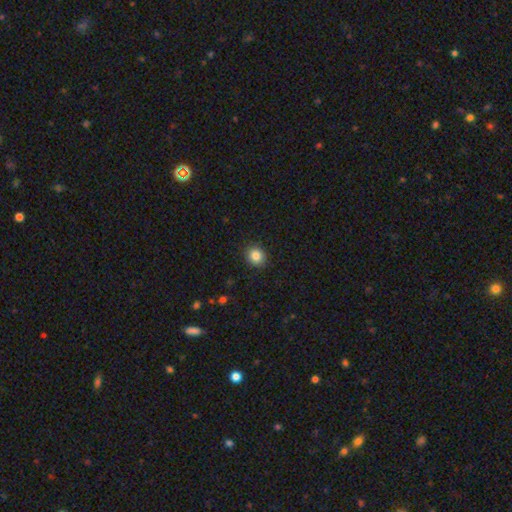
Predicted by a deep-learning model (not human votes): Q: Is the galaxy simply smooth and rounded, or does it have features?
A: smooth — 85%.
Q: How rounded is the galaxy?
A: round — 77%.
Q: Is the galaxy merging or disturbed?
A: none — 90%.